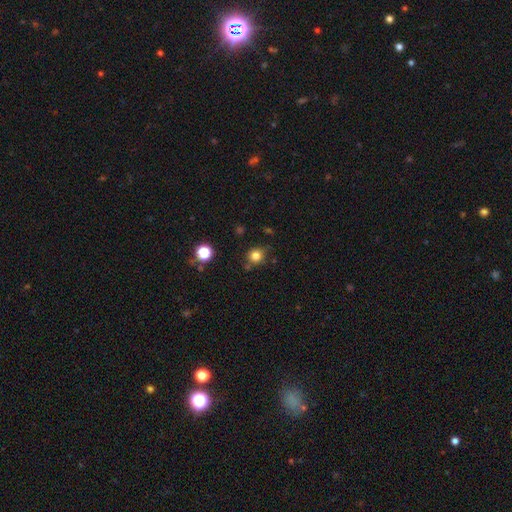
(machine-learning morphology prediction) Smooth or featured: smooth — 82% (star or artifact — 13%)
How rounded: round — 88% (in between — 11%)
Merging: none — 80% (minor disturbance — 12%)